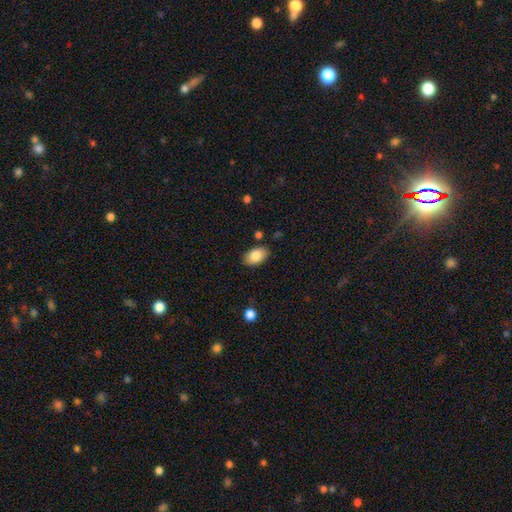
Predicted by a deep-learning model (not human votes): Overall: smooth (86%). How rounded: in between (91%). Merging: none (85%).